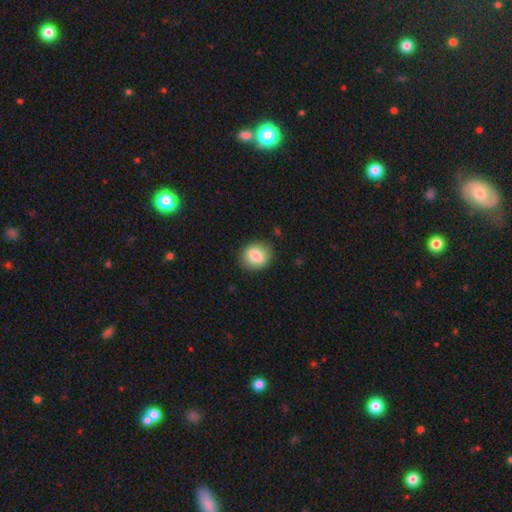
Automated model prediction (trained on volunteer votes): A smooth galaxy with no disk features (82%) that is round (67%). Merging: none (87%).